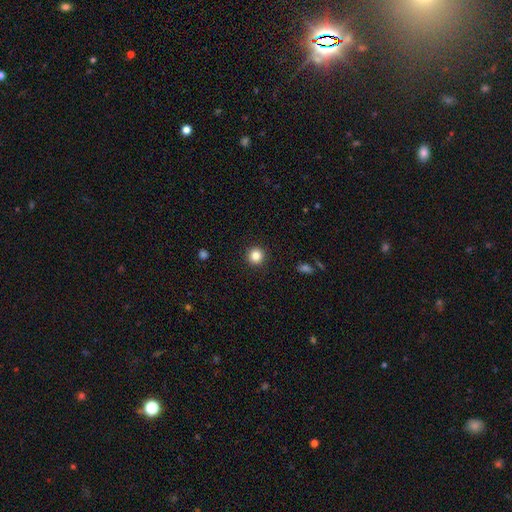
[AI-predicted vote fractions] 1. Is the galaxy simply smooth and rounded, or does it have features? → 84% smooth, 11% star or artifact, 5% featured or disk.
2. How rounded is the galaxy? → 95% round, 4% in between, 1% cigar-shaped.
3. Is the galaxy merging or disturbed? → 93% none, 4% minor disturbance, 2% major disturbance, 1% merger.